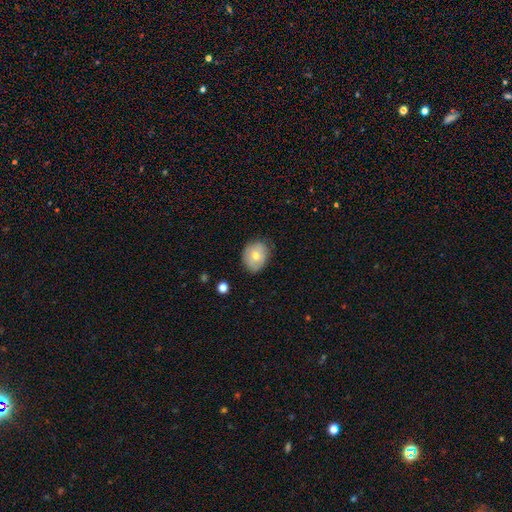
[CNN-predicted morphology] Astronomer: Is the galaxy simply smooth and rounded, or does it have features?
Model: smooth — 68%.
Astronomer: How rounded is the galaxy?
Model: round — 50% (runner-up: in between, 49%).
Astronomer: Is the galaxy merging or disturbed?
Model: none — 74%.